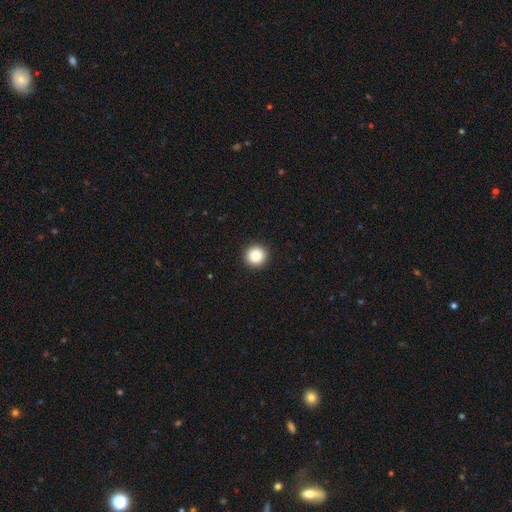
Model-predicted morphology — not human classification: type=smooth (87%); roundness=round (96%); merging=none (93%).